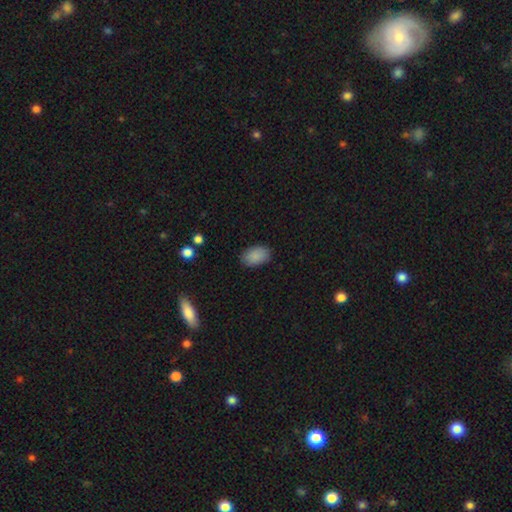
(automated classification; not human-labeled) Morphology: type=smooth (88%); roundness=in between (90%); merging=none (85%).